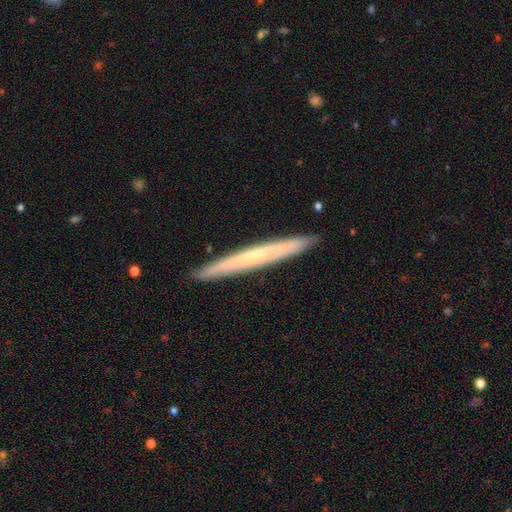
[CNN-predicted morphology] Smooth or featured? Predicted: featured or disk (p=0.51). Edge-on disk? Predicted: yes (p=0.93). Merging? Predicted: none (p=0.91).